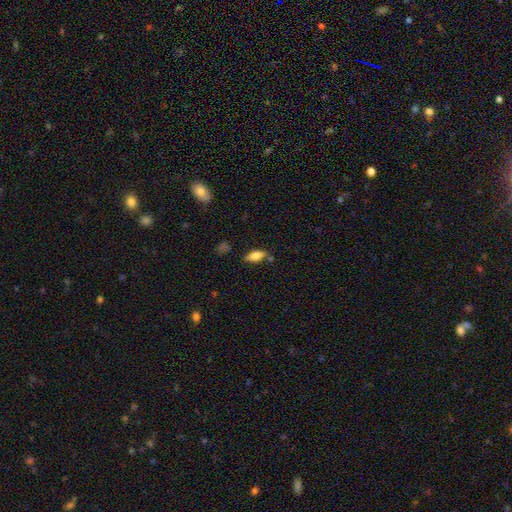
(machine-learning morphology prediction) A smooth galaxy with no disk features (70%) that is in between round and cigar-shaped (78%). Merging: none (77%).